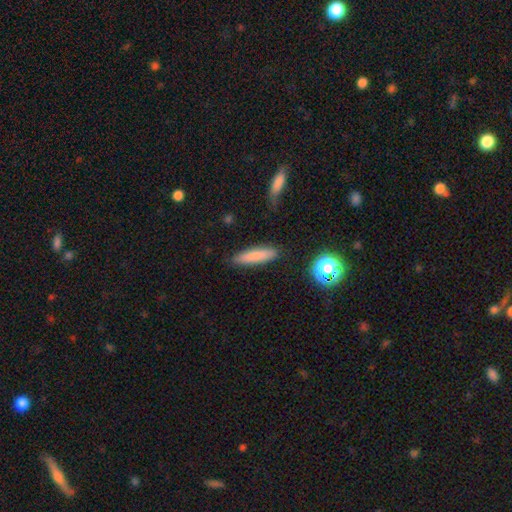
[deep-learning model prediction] Q: Smooth or featured?
A: smooth (80%); runner-up: featured or disk (11%)
Q: How rounded?
A: cigar-shaped (76%); runner-up: in between (22%)
Q: Merging?
A: none (85%); runner-up: minor disturbance (11%)